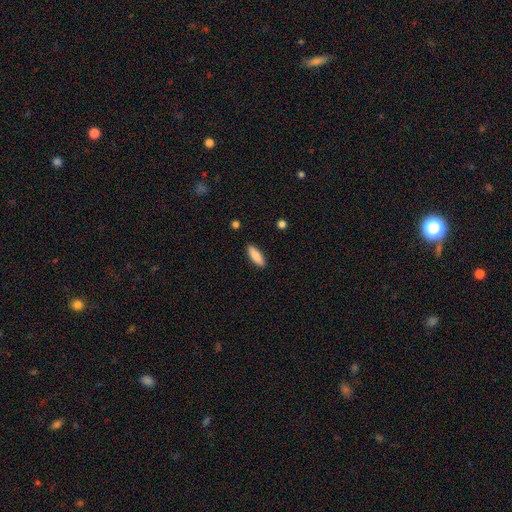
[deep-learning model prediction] This appears to be a smooth galaxy with no disk features (86%) that is in between round and cigar-shaped (59%). Merging: none (89%).